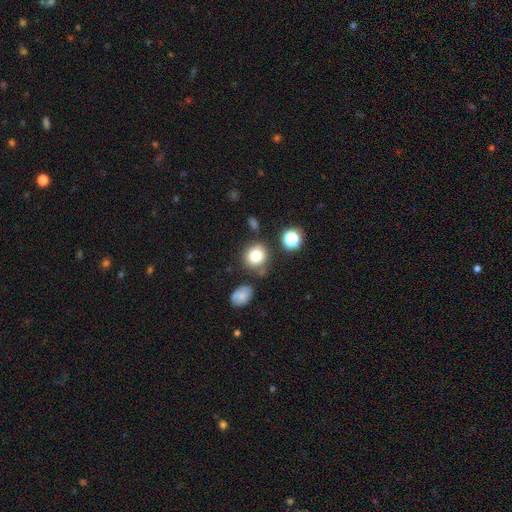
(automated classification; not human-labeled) smooth-or-featured: smooth: 79% | star or artifact: 13% | featured or disk: 8%
  how-rounded: round: 81% | in between: 18% | cigar-shaped: 1%
  merging: none: 74% | minor disturbance: 13% | merger: 8% | major disturbance: 4%